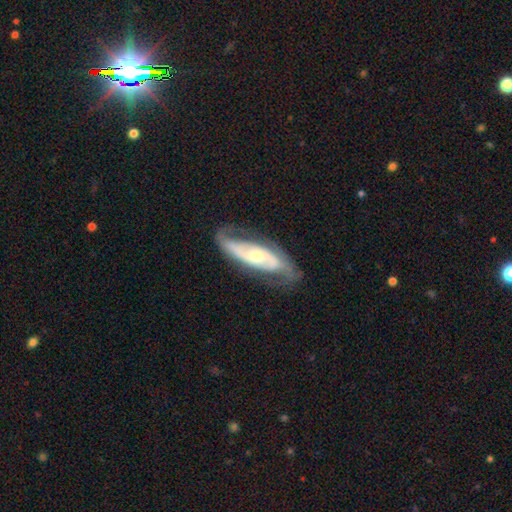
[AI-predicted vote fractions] A featured or disk galaxy (80%) with no bar (60%), 2 (81%) medium (44%) spiral arms (91%) and a moderate central bulge (49%). Merging: none (70%).